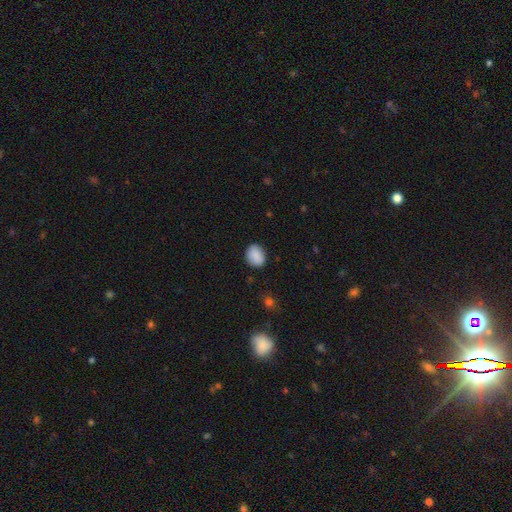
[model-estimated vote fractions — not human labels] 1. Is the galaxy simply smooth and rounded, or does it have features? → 88% smooth, 7% star or artifact, 5% featured or disk.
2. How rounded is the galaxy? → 52% in between, 47% round, 1% cigar-shaped.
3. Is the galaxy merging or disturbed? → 84% none, 12% minor disturbance, 3% major disturbance, 1% merger.